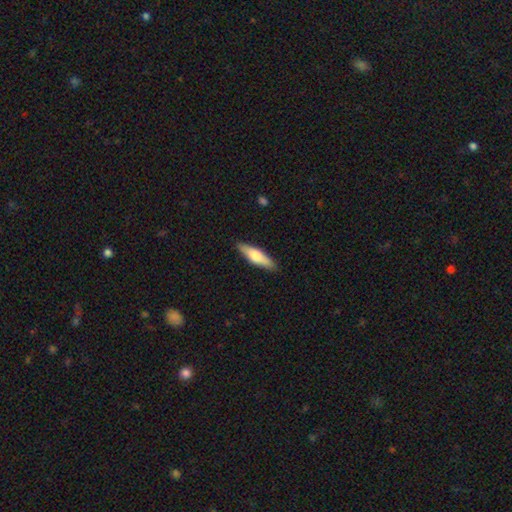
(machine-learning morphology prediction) smooth_or_featured: smooth (p=0.59) [alt: featured or disk p=0.35]
how_rounded: cigar-shaped (p=0.66) [alt: in between p=0.32]
merging: none (p=0.89) [alt: minor disturbance p=0.08]